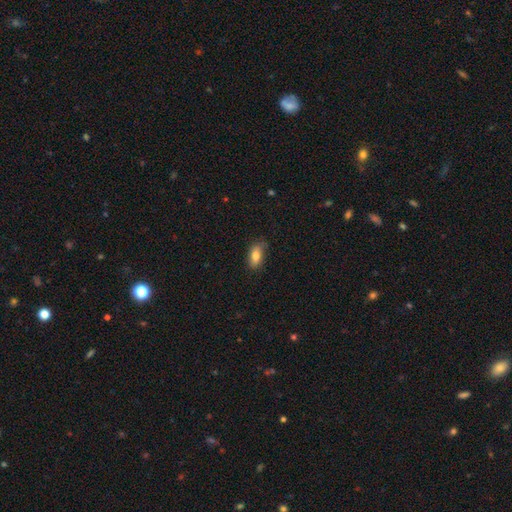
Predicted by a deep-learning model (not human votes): smooth 81%, featured or disk 11%, star or artifact 8%. Down the decision tree: how rounded — in between (85%); merging — none (79%).